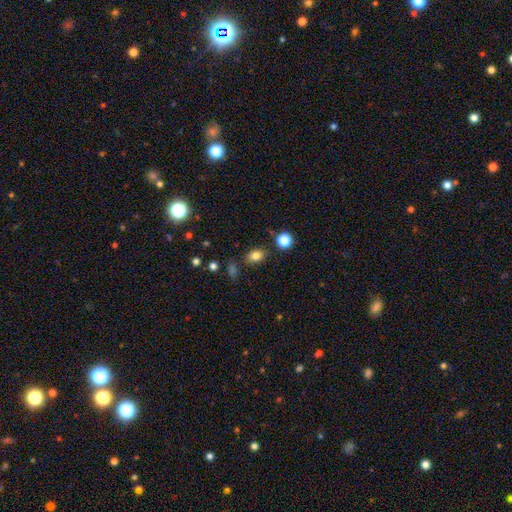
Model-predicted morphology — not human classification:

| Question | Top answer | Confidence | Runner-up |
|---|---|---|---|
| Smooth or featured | smooth | 81% | star or artifact (12%) |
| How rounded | in between | 68% | round (30%) |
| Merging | none | 81% | minor disturbance (12%) |